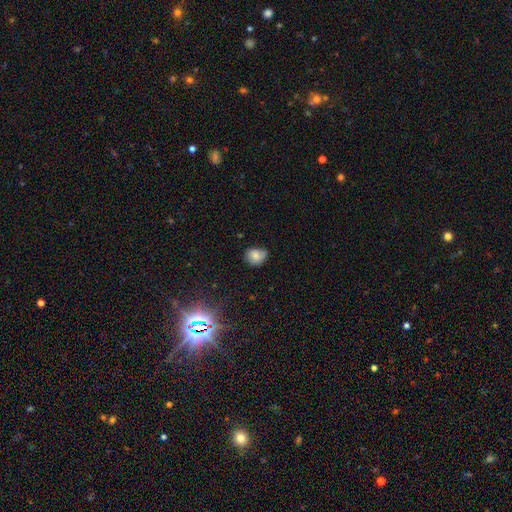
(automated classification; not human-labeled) smooth 76%, featured or disk 13%, star or artifact 11%. Down the decision tree: how rounded — round (52%); merging — none (60%).